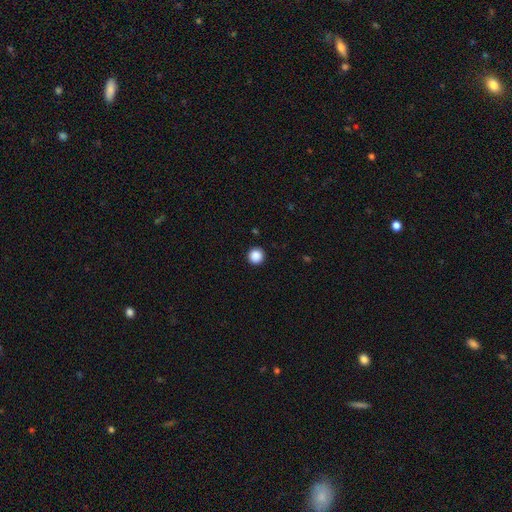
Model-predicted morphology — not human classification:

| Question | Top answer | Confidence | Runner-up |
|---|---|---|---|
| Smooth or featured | smooth | 88% | star or artifact (9%) |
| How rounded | round | 96% | in between (3%) |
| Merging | none | 93% | minor disturbance (4%) |